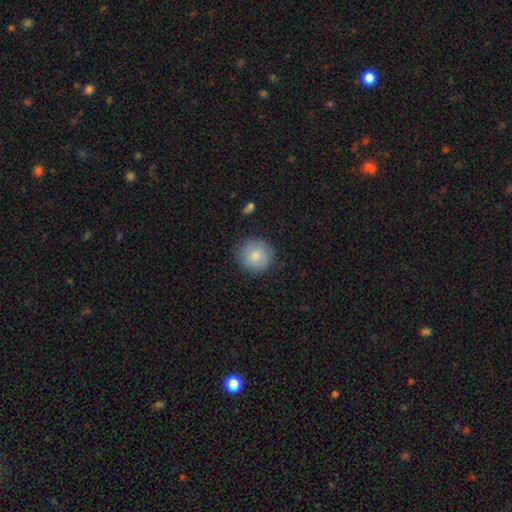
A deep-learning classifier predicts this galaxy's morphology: Smooth or featured? Predicted: smooth (p=0.84). How rounded? Predicted: round (p=0.91). Merging? Predicted: none (p=0.85).